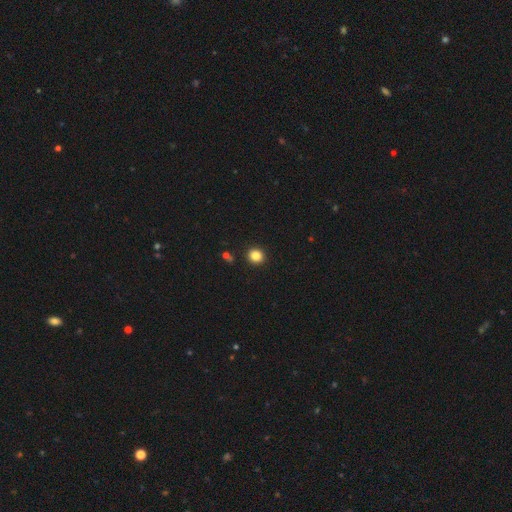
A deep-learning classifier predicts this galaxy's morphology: This is clearly a smooth galaxy (84%). How rounded: clearly round (85%). Merging: clearly none (91%).